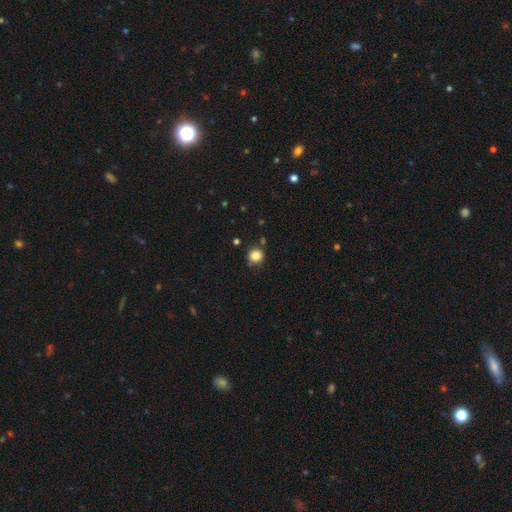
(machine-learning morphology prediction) This is clearly a smooth galaxy (83%). How rounded: clearly round (90%). Merging: clearly none (82%).